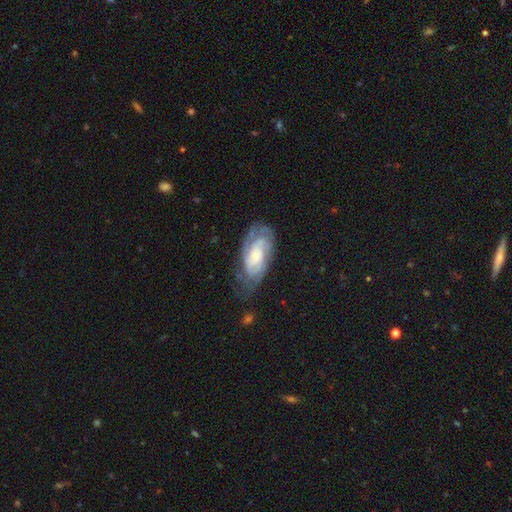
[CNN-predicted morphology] A featured or disk galaxy (78%) with no bar (64%), 2 (35%) tight (60%) spiral arms (94%) and a small central bulge (51%).

Vote fractions:
- Smooth or featured? featured or disk: 78% / smooth: 16% / star or artifact: 6%
- Edge-on disk? no: 95% / yes: 5%
- Bar? no: 64% / weak: 29% / strong: 7%
- Spiral arms? yes: 94% / no: 6%
- Spiral winding? tight: 60% / medium: 32% / loose: 8%
- Spiral arm count? 2: 35% / can't tell: 34% / 3: 17% / 4: 6% / 1: 4% / more than 4: 4%
- Bulge size? small: 51% / moderate: 28% / none: 11% / large: 8% / dominant: 2%
- Merging? none: 63% / minor disturbance: 24% / major disturbance: 11% / merger: 2%